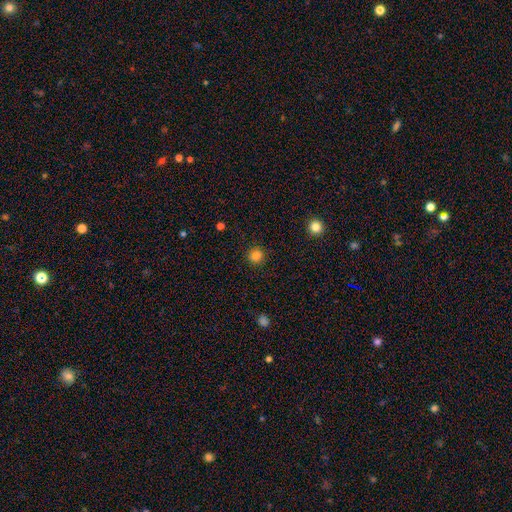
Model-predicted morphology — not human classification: Smooth or featured: smooth — 84% (star or artifact — 13%)
How rounded: round — 89% (in between — 10%)
Merging: none — 91% (minor disturbance — 6%)